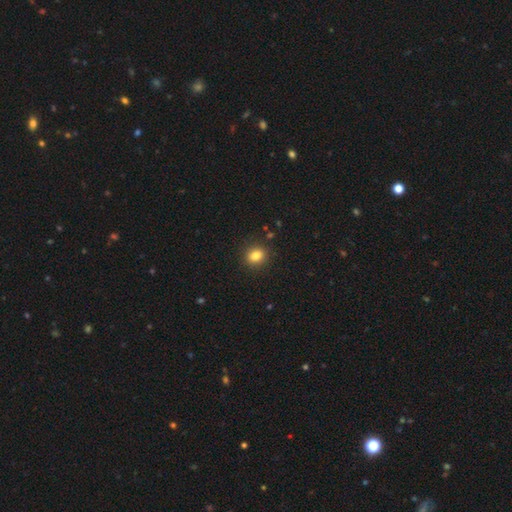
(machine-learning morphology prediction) A smooth galaxy with no disk features (83%) that is round (63%). Merging: none (90%).